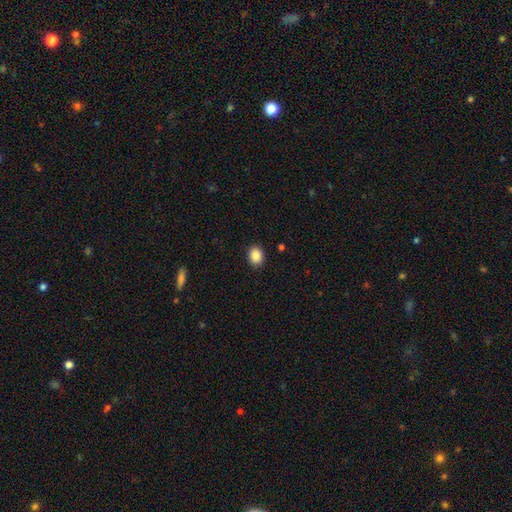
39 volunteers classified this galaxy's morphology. Smooth or featured: smooth — 92% (star or artifact — 5%)
How rounded: in between — 78% (round — 22%)
Merging: none — 95% (minor disturbance — 5%)